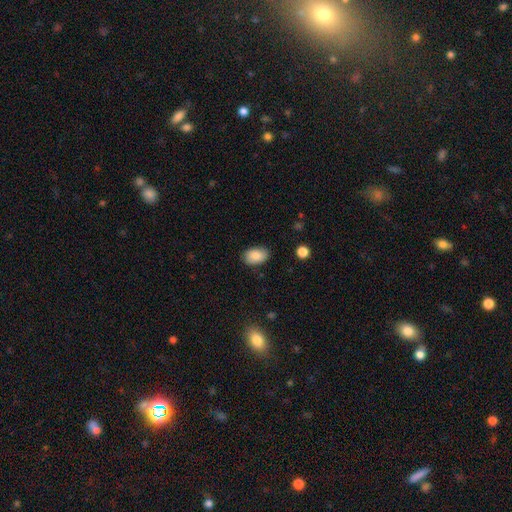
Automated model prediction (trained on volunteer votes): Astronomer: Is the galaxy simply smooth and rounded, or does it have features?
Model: smooth — 87%.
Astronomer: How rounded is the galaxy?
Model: in between — 89%.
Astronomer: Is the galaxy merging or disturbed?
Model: none — 85%.